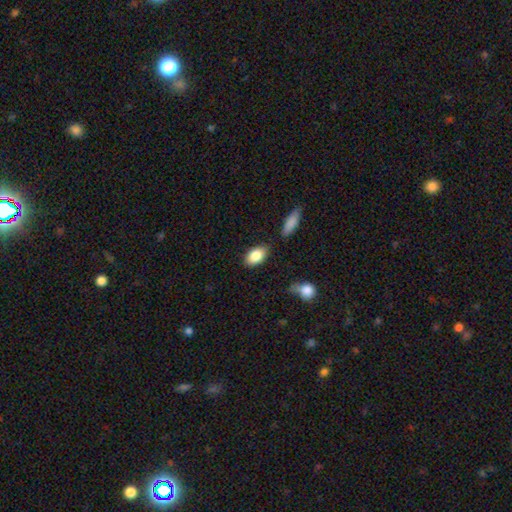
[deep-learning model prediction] This is clearly a smooth galaxy (86%). How rounded: clearly in between (90%). Merging: likely none (77%).